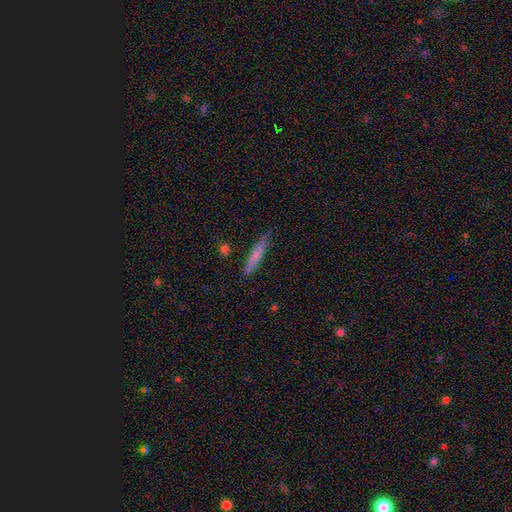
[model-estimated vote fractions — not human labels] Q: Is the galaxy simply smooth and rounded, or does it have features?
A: smooth — 72%.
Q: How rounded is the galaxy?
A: cigar-shaped — 94%.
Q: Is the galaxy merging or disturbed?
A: none — 81%.